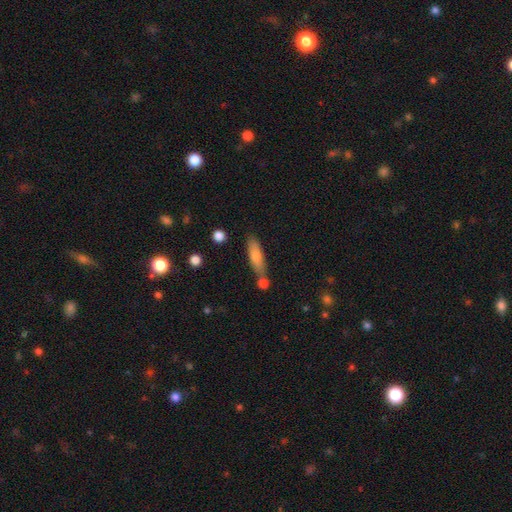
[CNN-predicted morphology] This is likely a smooth galaxy (72%). How rounded: possibly cigar-shaped (56%). Merging: likely none (62%).